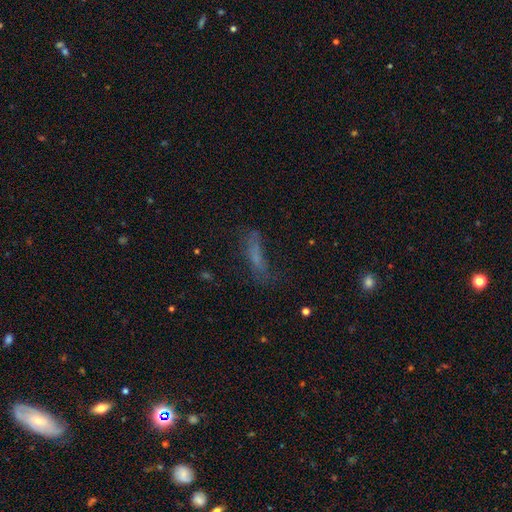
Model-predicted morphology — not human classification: The model was most divided on "merging": none: 46%, minor disturbance: 25%, major disturbance: 25%, merger: 4%. More confident: how rounded — cigar-shaped (65%); smooth or featured — smooth (55%).